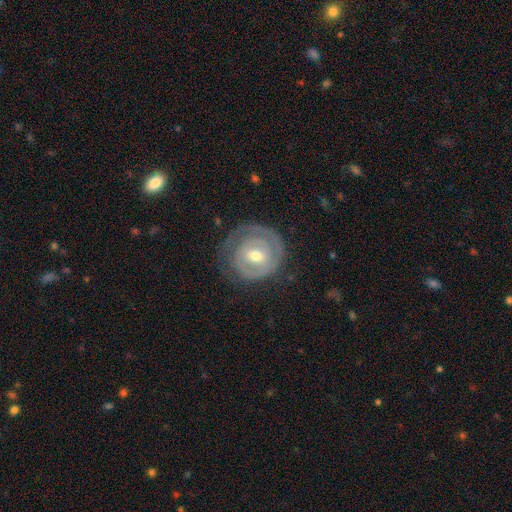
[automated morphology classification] This is likely a featured or disk galaxy (79%). It is clearly not viewed edge-on (97%). Bar: possibly no (46%). Spiral arm pattern: clearly yes (81%). Spiral arm count: marginally 2 (35%). Spiral winding: likely tight (78%). Central bulge: likely moderate (63%). Merging: likely none (71%).